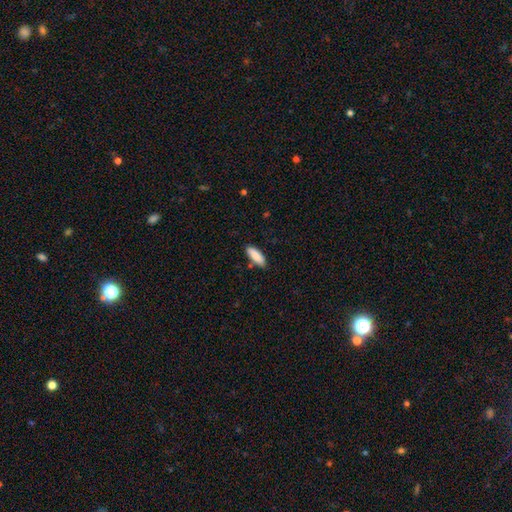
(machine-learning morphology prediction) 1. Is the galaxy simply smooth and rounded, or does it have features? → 88% smooth, 6% featured or disk, 6% star or artifact.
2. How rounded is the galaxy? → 63% in between, 35% cigar-shaped, 2% round.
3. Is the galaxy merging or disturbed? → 82% none, 13% minor disturbance, 3% merger, 2% major disturbance.